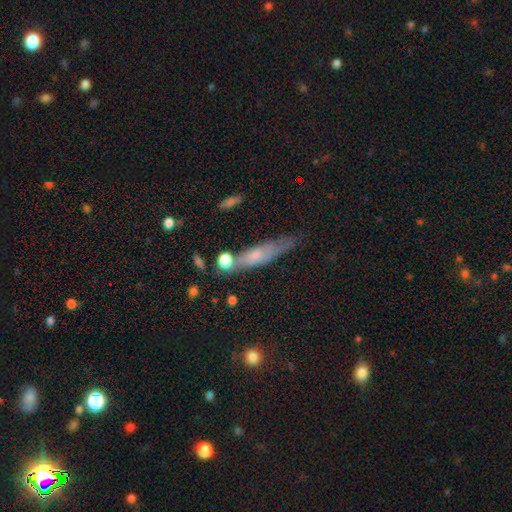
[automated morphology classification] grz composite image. It shows a smooth galaxy with no disk features (55%) that is cigar-shaped (72%). Merging: none (56%).